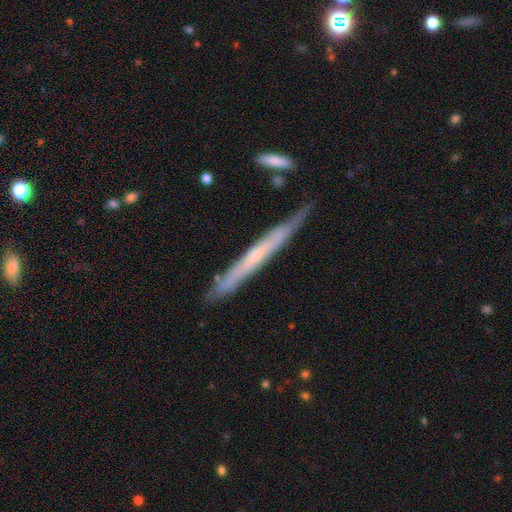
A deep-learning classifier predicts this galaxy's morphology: Overall: featured or disk (64%; smooth 30%). Edge-on disk: yes (89%). Edge-on bulge: none (66%; rounded 30%). Merging: none (75%).